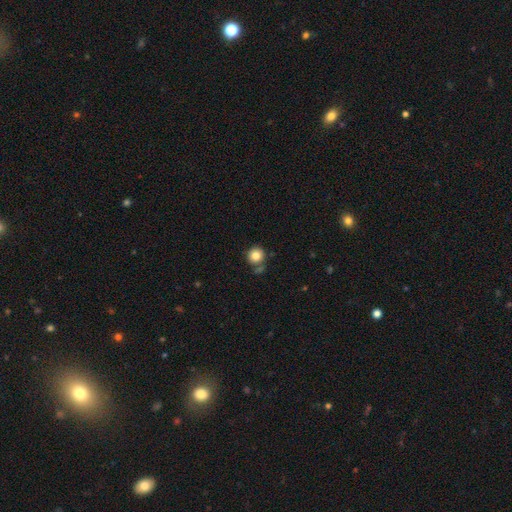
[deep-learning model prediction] smooth-or-featured: smooth: 82% | star or artifact: 10% | featured or disk: 7%
  how-rounded: round: 92% | in between: 7% | cigar-shaped: 1%
  merging: none: 74% | minor disturbance: 12% | merger: 10% | major disturbance: 4%